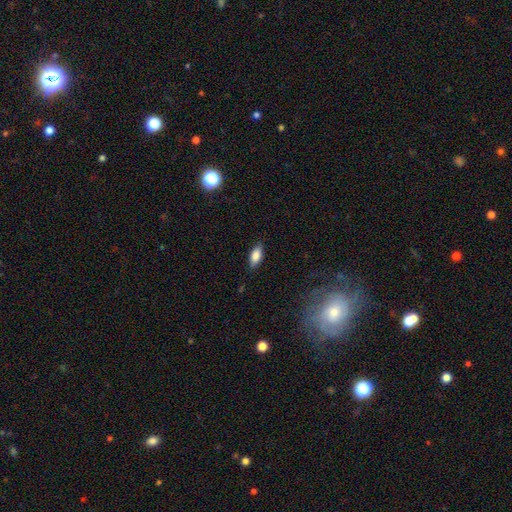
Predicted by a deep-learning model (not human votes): Smooth or featured: smooth — 82% (featured or disk — 11%)
How rounded: in between — 83% (cigar-shaped — 15%)
Merging: none — 84% (minor disturbance — 12%)